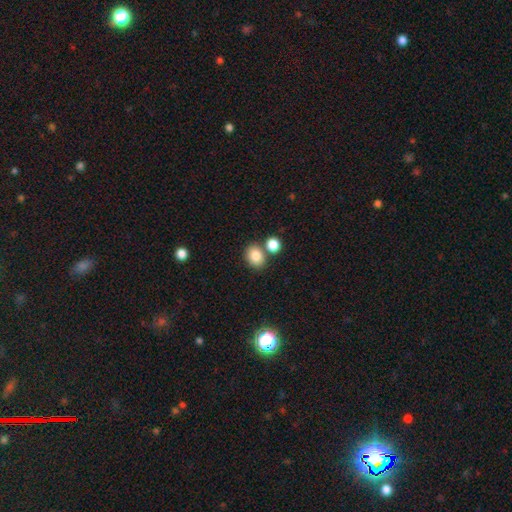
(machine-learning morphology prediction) Smooth or featured? smooth (83%)
How rounded? round (55%)
Merging? none (68%)